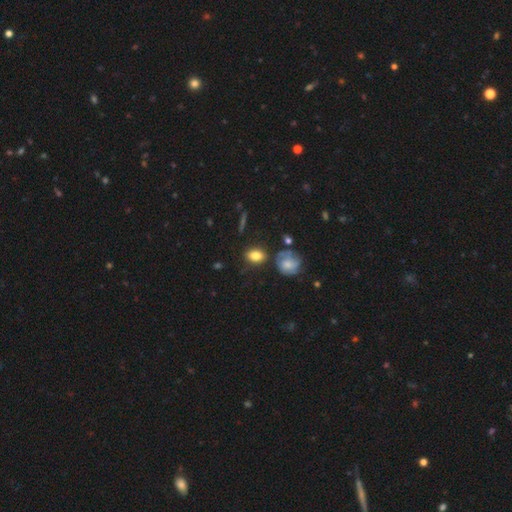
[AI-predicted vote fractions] This is clearly a smooth galaxy (80%). How rounded: likely in between (71%). Merging: likely none (73%).